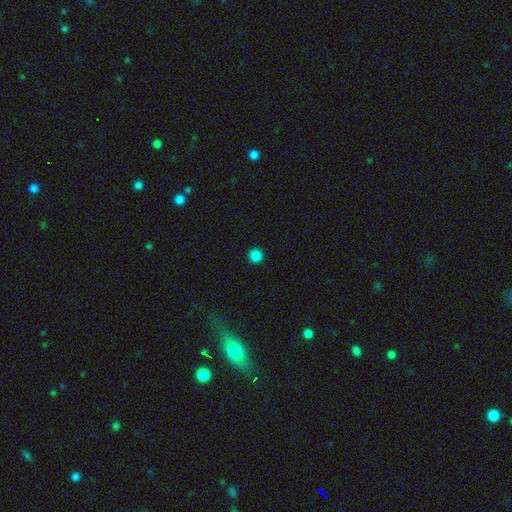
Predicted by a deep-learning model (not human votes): This appears to be a smooth galaxy with no disk features (85%) that is round (96%). Merging: none (93%).